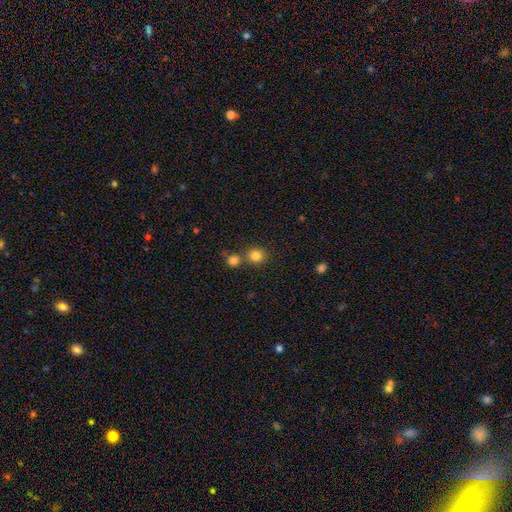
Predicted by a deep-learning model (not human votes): Smooth or featured? smooth (83%)
How rounded? round (88%)
Merging? none (68%)